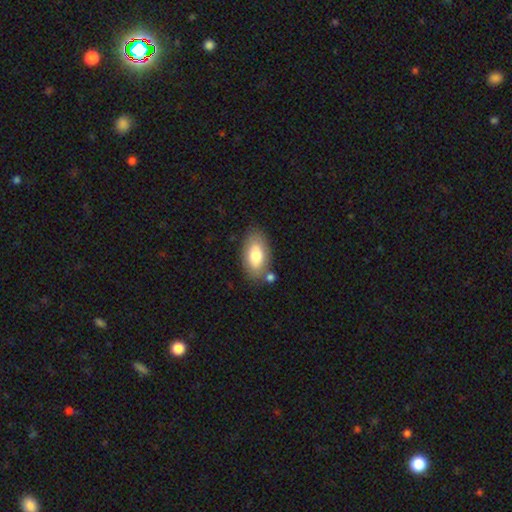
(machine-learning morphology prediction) A smooth galaxy with no disk features (74%) that is in between round and cigar-shaped (92%).

Vote fractions:
- Smooth or featured? smooth: 74% / featured or disk: 19% / star or artifact: 7%
- How rounded? in between: 92% / round: 4% / cigar-shaped: 4%
- Merging? none: 73% / minor disturbance: 14% / merger: 9% / major disturbance: 4%